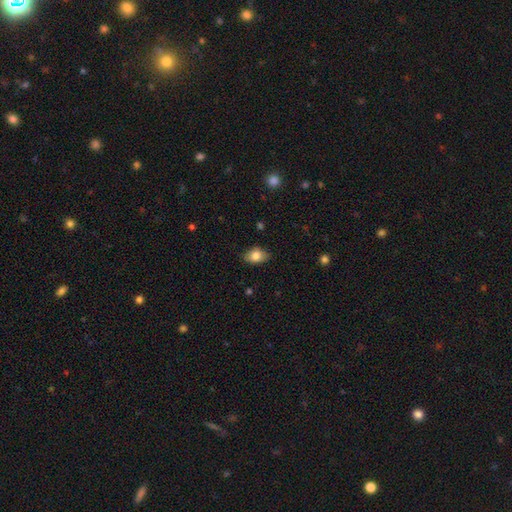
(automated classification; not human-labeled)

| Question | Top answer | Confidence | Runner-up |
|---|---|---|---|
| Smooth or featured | smooth | 83% | featured or disk (8%) |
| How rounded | in between | 80% | round (18%) |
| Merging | none | 81% | minor disturbance (15%) |